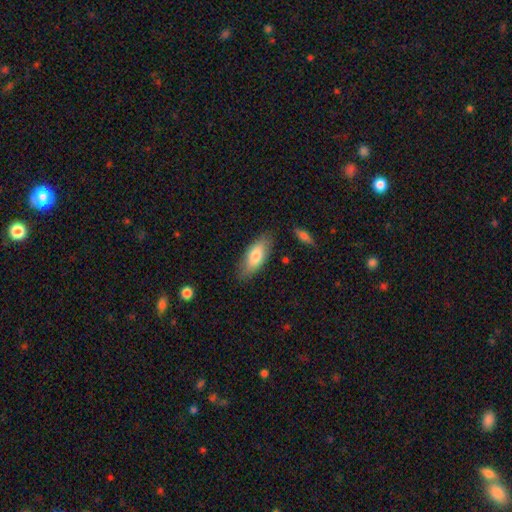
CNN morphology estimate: Smooth or featured: smooth — 77% (featured or disk — 17%)
How rounded: in between — 80% (cigar-shaped — 18%)
Merging: none — 78% (minor disturbance — 16%)